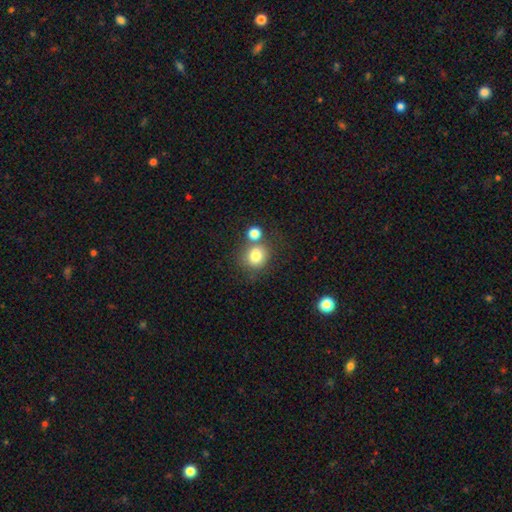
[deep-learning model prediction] Smooth or featured? smooth (79%)
How rounded? round (84%)
Merging? none (60%)